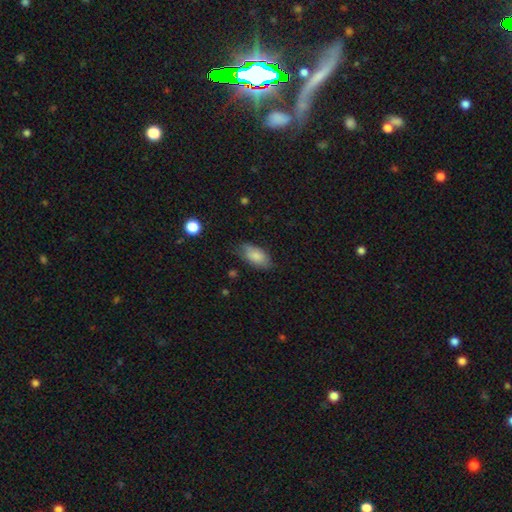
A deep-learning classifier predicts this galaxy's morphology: smooth 82%, featured or disk 11%, star or artifact 7%. Down the decision tree: how rounded — in between (92%); merging — none (68%).